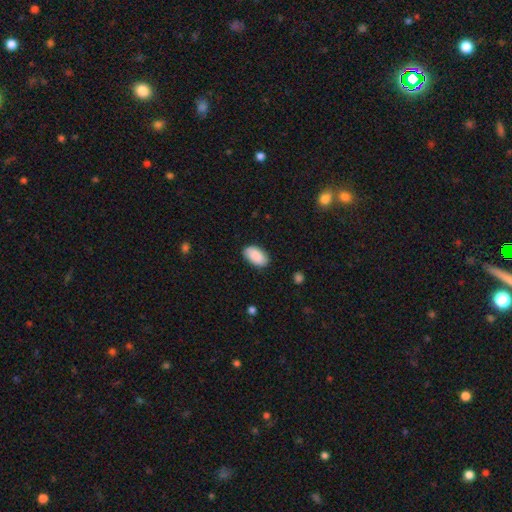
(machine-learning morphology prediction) Smooth or featured? smooth (90%)
How rounded? in between (95%)
Merging? none (85%)